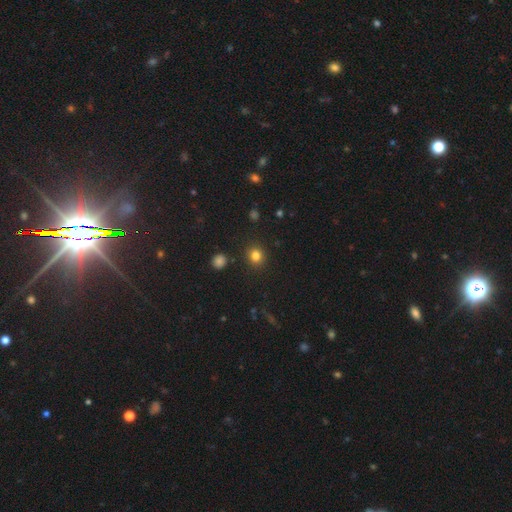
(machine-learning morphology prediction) Q: Smooth or featured?
A: smooth (82%); runner-up: star or artifact (13%)
Q: How rounded?
A: round (87%); runner-up: in between (12%)
Q: Merging?
A: none (90%); runner-up: minor disturbance (6%)